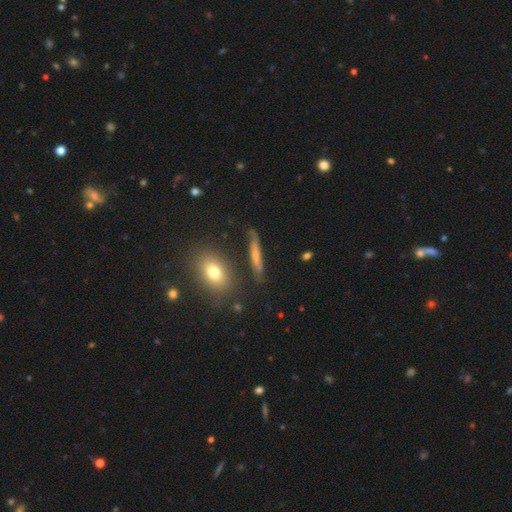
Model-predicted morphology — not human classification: Overall: smooth (49%; featured or disk 40%). Merging: none (74%).